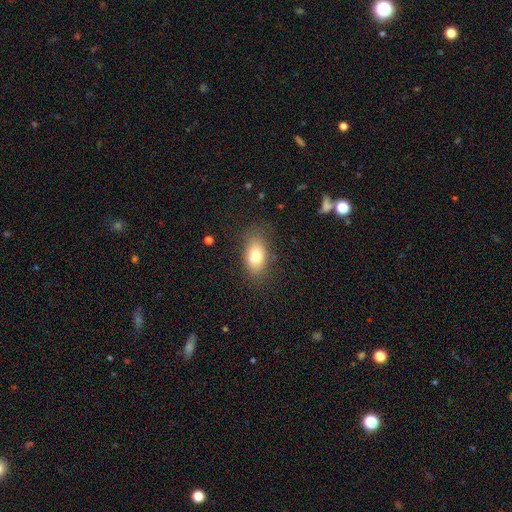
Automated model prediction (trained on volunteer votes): Morphology: type=smooth (77%); roundness=in between (86%); merging=none (77%).